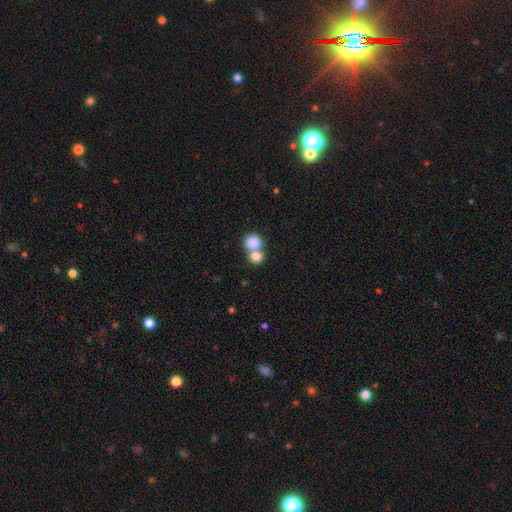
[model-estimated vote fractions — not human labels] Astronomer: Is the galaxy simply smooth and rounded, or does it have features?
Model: smooth — 82%.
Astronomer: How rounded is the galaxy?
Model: round — 70%.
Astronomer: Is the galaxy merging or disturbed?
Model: merger — 60%.